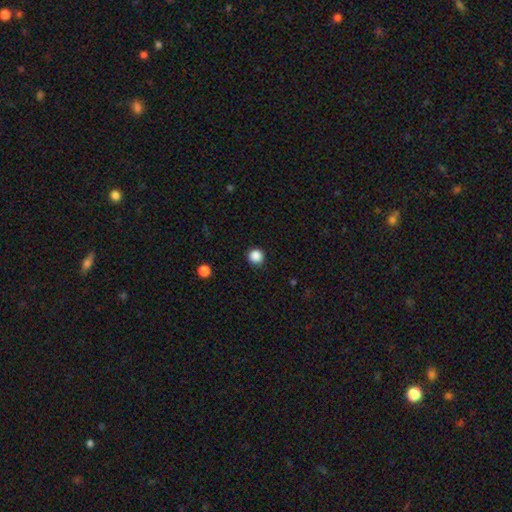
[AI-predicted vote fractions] This appears to be a smooth galaxy with no disk features (87%) that is round (94%). Merging: none (91%).